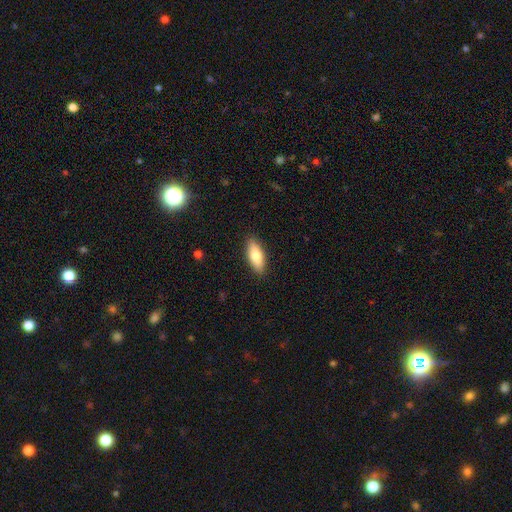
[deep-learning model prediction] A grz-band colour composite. It shows a smooth galaxy with no disk features (76%) that is in between round and cigar-shaped (73%). Merging: none (88%).